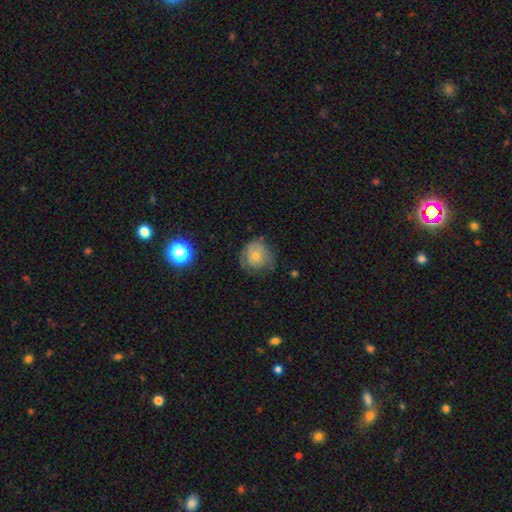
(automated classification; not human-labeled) Q: Smooth or featured?
A: smooth (52%); runner-up: featured or disk (37%)
Q: How rounded?
A: round (86%); runner-up: in between (13%)
Q: Merging?
A: none (64%); runner-up: minor disturbance (25%)